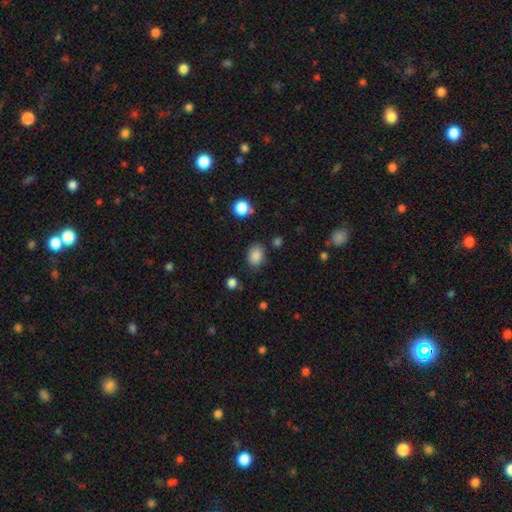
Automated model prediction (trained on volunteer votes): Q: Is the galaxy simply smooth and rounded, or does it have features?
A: smooth — 85%.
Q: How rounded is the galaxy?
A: in between — 61%.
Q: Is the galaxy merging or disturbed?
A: none — 80%.